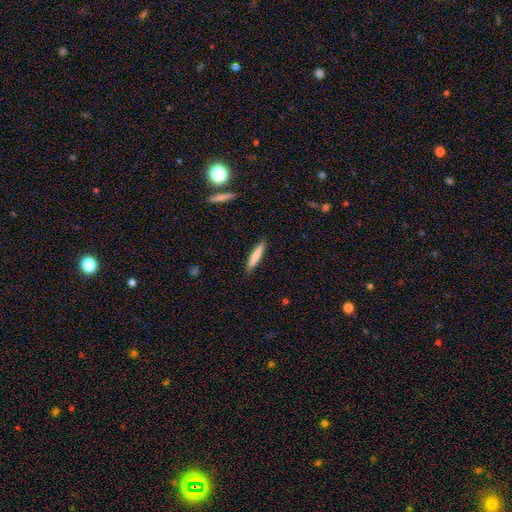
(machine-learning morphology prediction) Smooth or featured? smooth (78%)
How rounded? cigar-shaped (90%)
Merging? none (89%)